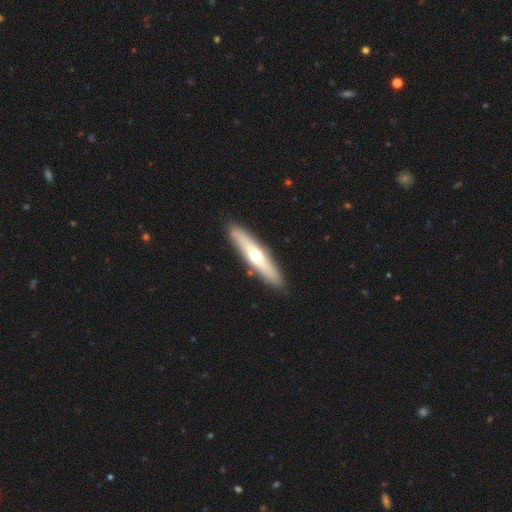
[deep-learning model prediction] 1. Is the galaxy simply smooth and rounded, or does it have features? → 51% featured or disk, 44% smooth, 5% star or artifact.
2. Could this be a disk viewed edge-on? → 81% yes, 19% no.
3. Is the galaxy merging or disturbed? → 90% none, 7% minor disturbance, 2% major disturbance, 1% merger.